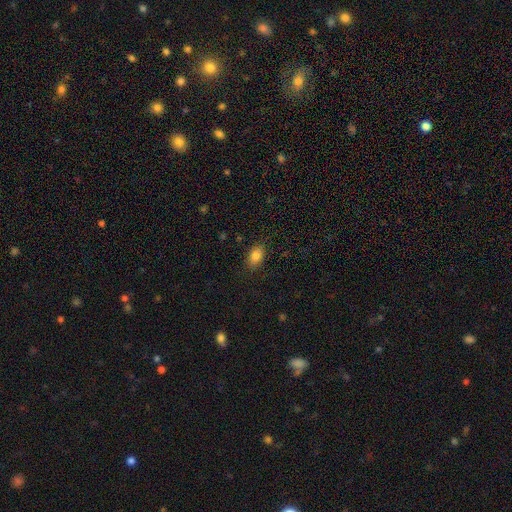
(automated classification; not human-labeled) Q: Smooth or featured?
A: smooth (85%); runner-up: star or artifact (9%)
Q: How rounded?
A: in between (87%); runner-up: round (11%)
Q: Merging?
A: none (85%); runner-up: minor disturbance (11%)